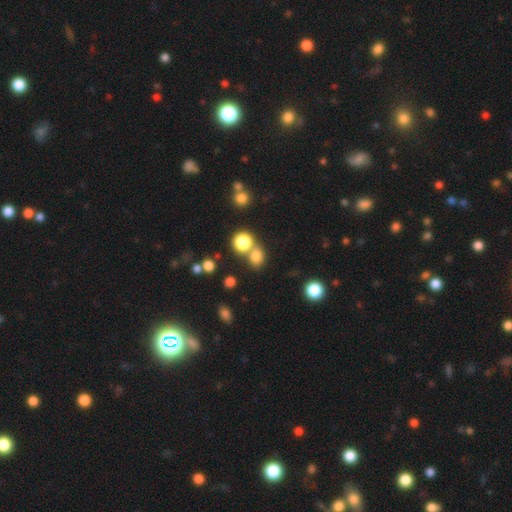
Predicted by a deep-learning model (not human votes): Smooth or featured? Predicted: smooth (p=0.75). How rounded? Predicted: round (p=0.64). Merging? Predicted: none (p=0.58).